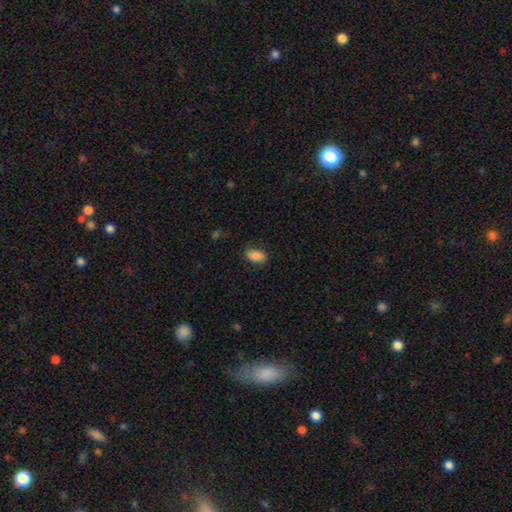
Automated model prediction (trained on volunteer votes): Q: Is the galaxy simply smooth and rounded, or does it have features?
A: smooth — 86%.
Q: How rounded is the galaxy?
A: in between — 91%.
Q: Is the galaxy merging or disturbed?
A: none — 82%.